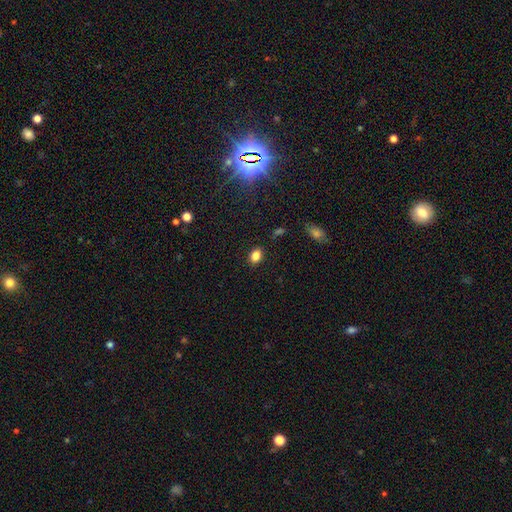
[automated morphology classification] Smooth or featured? Predicted: smooth (p=0.83). How rounded? Predicted: in between (p=0.76). Merging? Predicted: none (p=0.87).